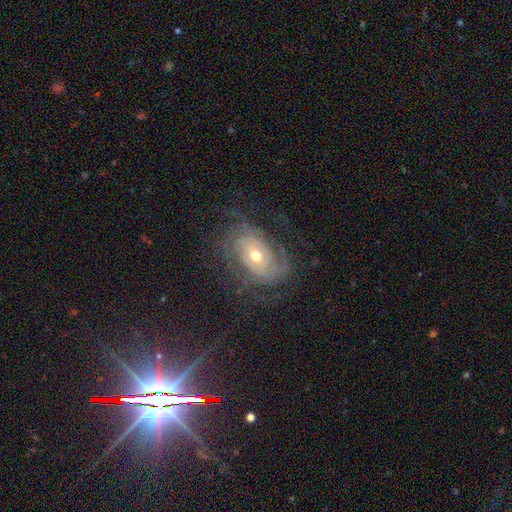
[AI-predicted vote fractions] A featured or disk galaxy (81%) with no bar (67%), tight (64%) spiral arms (92%) and a moderate central bulge (72%). Merging: none (70%).